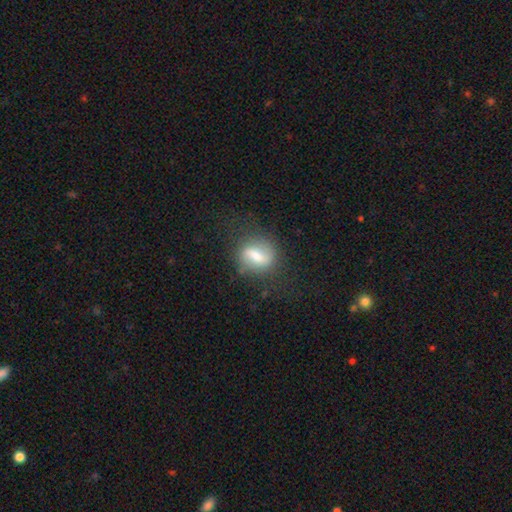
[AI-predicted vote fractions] smooth 53%, featured or disk 38%, star or artifact 9%. Down the decision tree: how rounded — in between (52%); merging — none (69%).